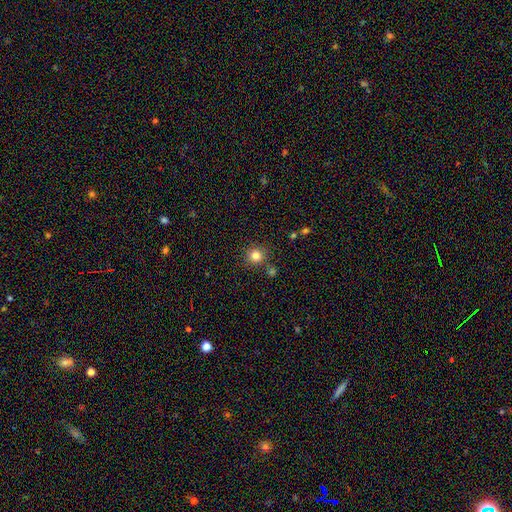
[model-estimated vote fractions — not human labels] Smooth or featured? Predicted: smooth (p=0.81). How rounded? Predicted: round (p=0.93). Merging? Predicted: none (p=0.82).